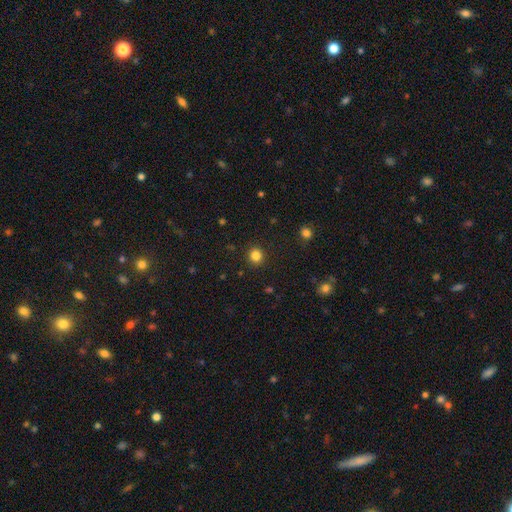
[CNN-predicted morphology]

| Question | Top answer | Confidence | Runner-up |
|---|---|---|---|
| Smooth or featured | smooth | 83% | star or artifact (12%) |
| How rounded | round | 90% | in between (9%) |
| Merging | none | 91% | minor disturbance (6%) |